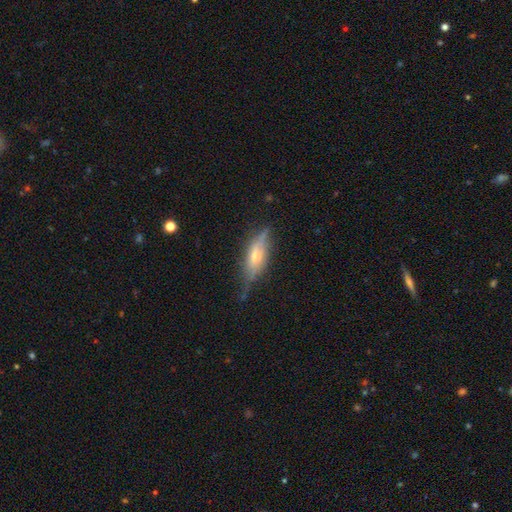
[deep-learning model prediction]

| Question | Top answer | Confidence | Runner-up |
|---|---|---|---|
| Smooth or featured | featured or disk | 56% | smooth (36%) |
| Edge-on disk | yes | 82% | no (18%) |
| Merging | none | 64% | minor disturbance (26%) |